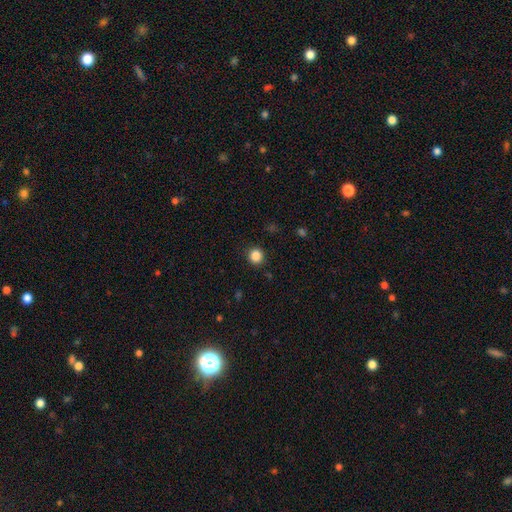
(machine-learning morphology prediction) A smooth galaxy with no disk features (86%) that is round (90%). Merging: none (90%).